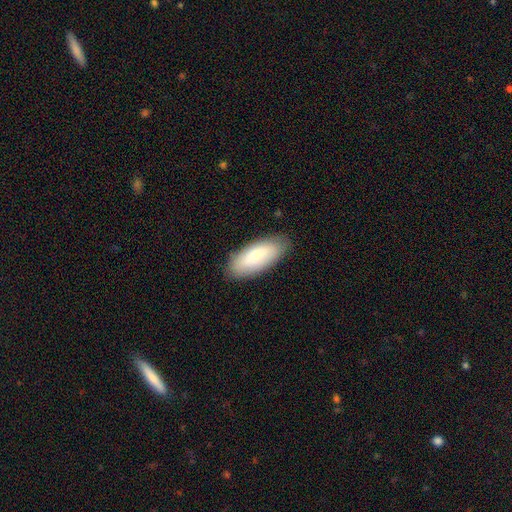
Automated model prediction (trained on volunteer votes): This appears to be a smooth galaxy with no disk features (78%) that is in between round and cigar-shaped (83%). Merging: none (86%).